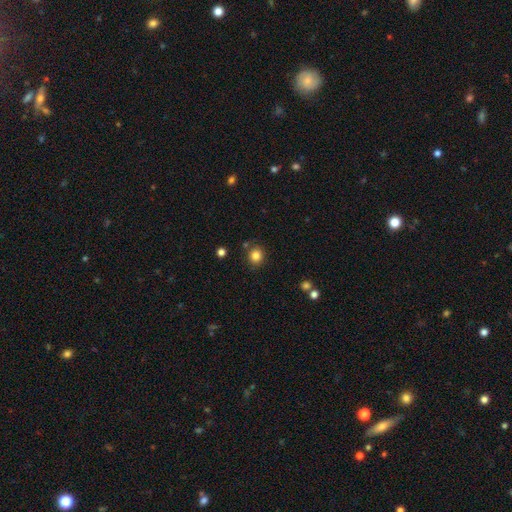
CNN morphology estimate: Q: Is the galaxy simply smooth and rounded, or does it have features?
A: smooth — 83%.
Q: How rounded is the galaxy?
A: round — 86%.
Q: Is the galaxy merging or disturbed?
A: none — 84%.